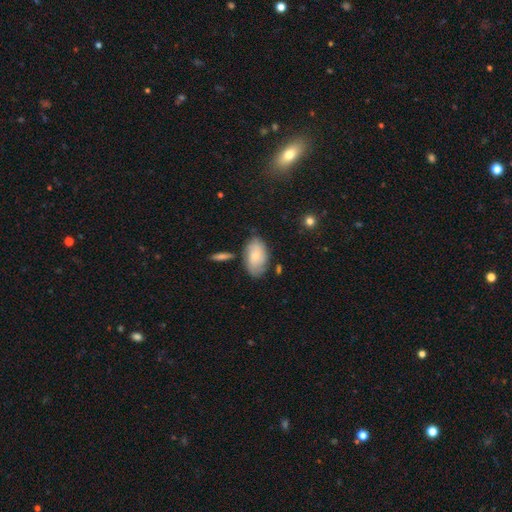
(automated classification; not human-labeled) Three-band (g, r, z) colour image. It shows a smooth galaxy with no disk features (52%) that is in between round and cigar-shaped (91%). Merging: none (70%).